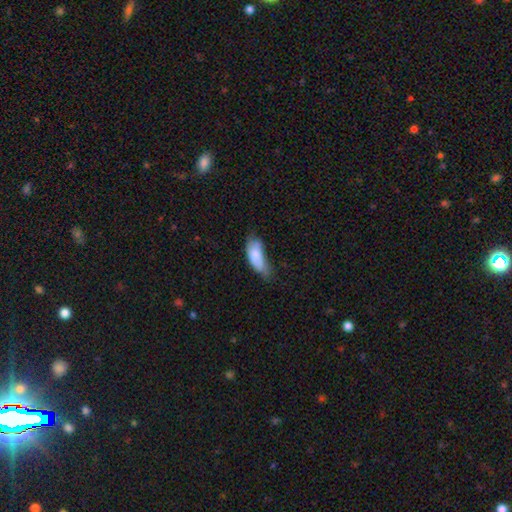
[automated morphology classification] smooth-or-featured: smooth: 79% | featured or disk: 14% | star or artifact: 7%
  how-rounded: in between: 81% | cigar-shaped: 17% | round: 2%
  merging: minor disturbance: 43% | none: 32% | major disturbance: 20% | merger: 5%